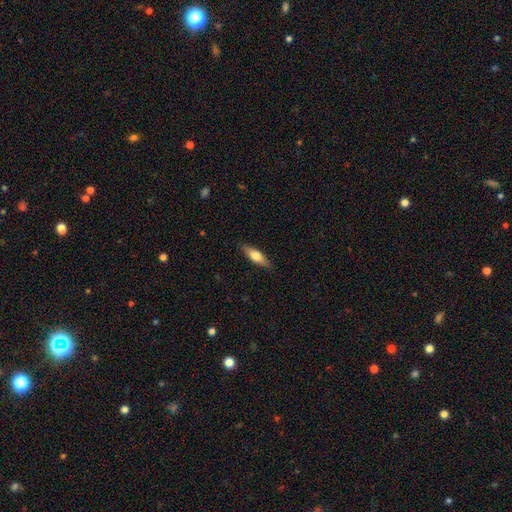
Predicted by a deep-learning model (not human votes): A smooth galaxy with no disk features (62%) that is in between round and cigar-shaped (51%).

Vote fractions:
- Smooth or featured? smooth: 62% / featured or disk: 32% / star or artifact: 6%
- How rounded? in between: 51% / cigar-shaped: 46% / round: 2%
- Merging? none: 86% / minor disturbance: 11% / major disturbance: 2% / merger: 1%